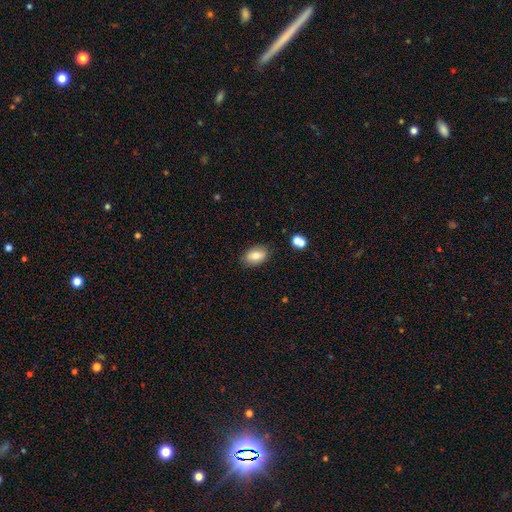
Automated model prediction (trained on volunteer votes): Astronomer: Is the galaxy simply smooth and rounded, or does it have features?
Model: smooth — 76%.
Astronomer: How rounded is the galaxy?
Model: in between — 88%.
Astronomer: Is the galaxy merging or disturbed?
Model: none — 84%.